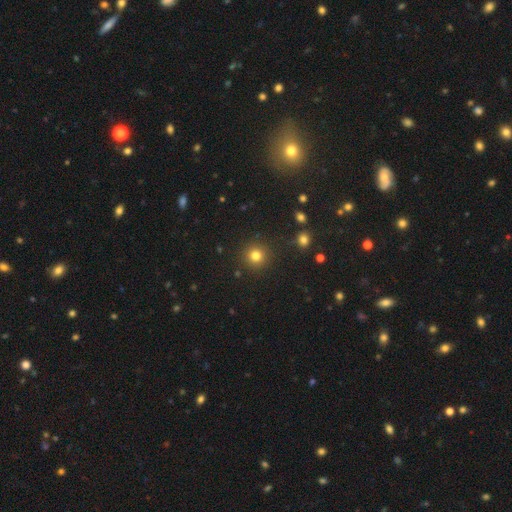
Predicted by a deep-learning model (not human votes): Smooth or featured?
  - smooth: 80% *
  - star or artifact: 14%
  - featured or disk: 5%
How rounded?
  - round: 94% *
  - in between: 5%
  - cigar-shaped: 1%
Merging?
  - none: 90% *
  - minor disturbance: 6%
  - major disturbance: 2%
  - merger: 2%